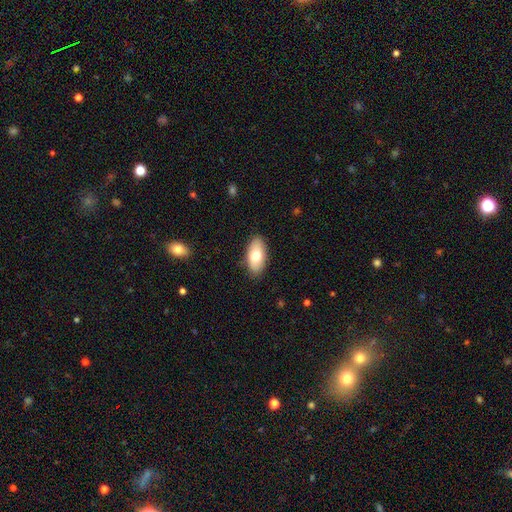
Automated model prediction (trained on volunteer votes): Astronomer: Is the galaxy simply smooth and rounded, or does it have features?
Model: smooth — 74%.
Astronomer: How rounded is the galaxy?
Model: in between — 93%.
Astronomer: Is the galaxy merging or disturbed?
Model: none — 87%.